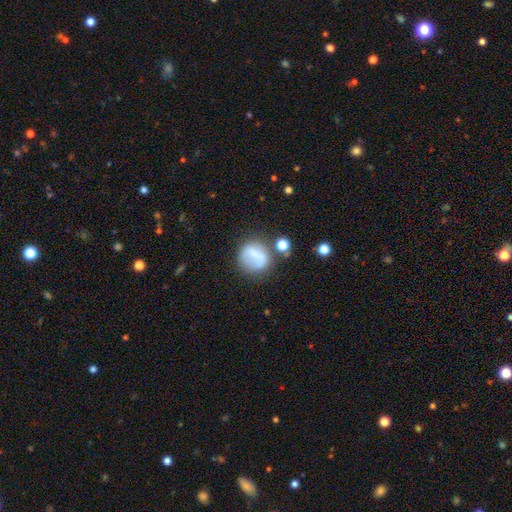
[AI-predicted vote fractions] Q: Smooth or featured?
A: smooth (62%); runner-up: featured or disk (27%)
Q: How rounded?
A: round (78%); runner-up: in between (20%)
Q: Merging?
A: none (52%); runner-up: minor disturbance (21%)